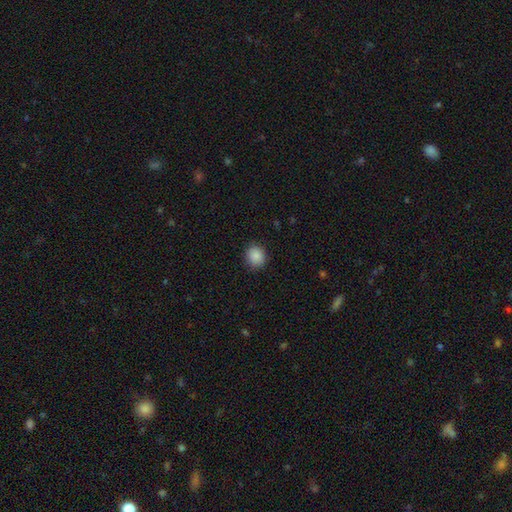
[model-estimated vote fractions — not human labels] A smooth galaxy with no disk features (89%) that is round (79%).

Vote fractions:
- Smooth or featured? smooth: 89% / star or artifact: 9% / featured or disk: 3%
- How rounded? round: 79% / in between: 20% / cigar-shaped: 1%
- Merging? none: 88% / minor disturbance: 8% / major disturbance: 2% / merger: 1%